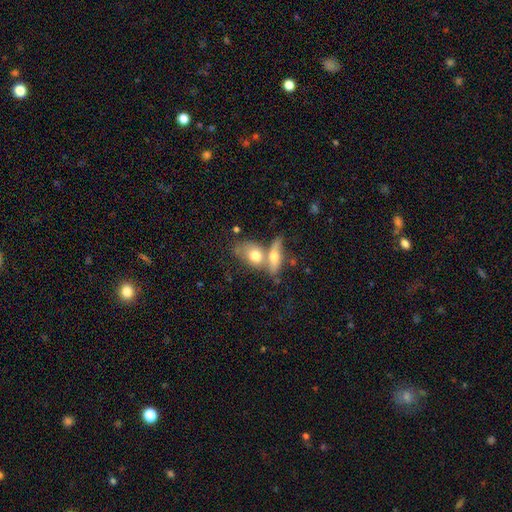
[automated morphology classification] This appears to be a smooth galaxy with no disk features (66%) that is in between round and cigar-shaped (76%). Merging: merger (65%).